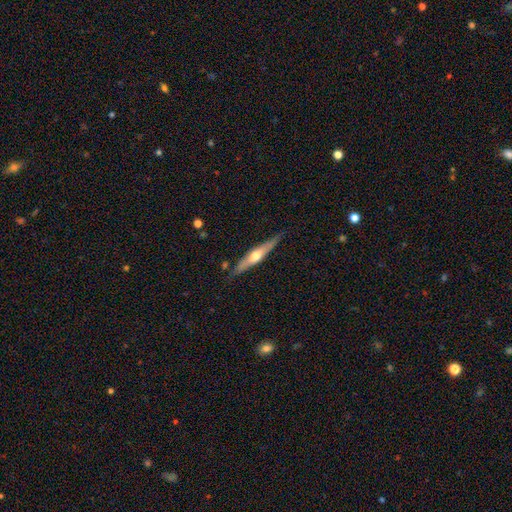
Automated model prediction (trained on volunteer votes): Smooth or featured?
  - featured or disk: 63% *
  - smooth: 32%
  - star or artifact: 5%
Edge-on disk?
  - yes: 95% *
  - no: 5%
Edge-on bulge?
  - rounded: 90% *
  - none: 6%
  - boxy: 4%
Merging?
  - none: 83% *
  - minor disturbance: 13%
  - major disturbance: 2%
  - merger: 2%